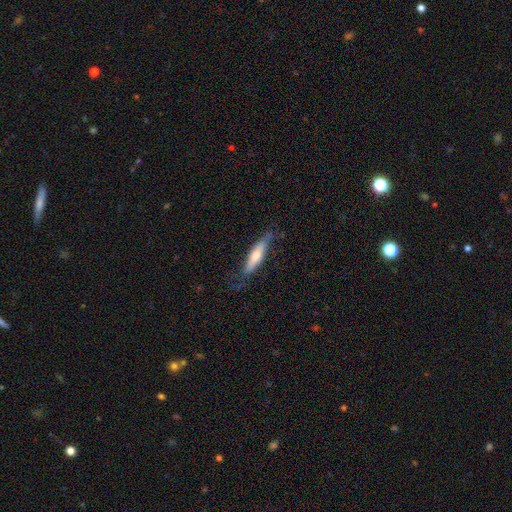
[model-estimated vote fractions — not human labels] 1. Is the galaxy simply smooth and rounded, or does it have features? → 50% smooth, 44% featured or disk, 6% star or artifact.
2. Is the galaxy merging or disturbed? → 66% none, 24% minor disturbance, 8% major disturbance, 2% merger.